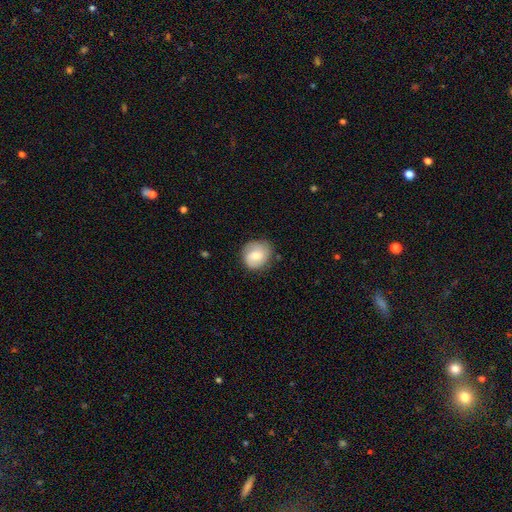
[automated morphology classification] Q: Smooth or featured?
A: smooth (60%); runner-up: featured or disk (33%)
Q: How rounded?
A: round (77%); runner-up: in between (22%)
Q: Merging?
A: none (76%); runner-up: minor disturbance (18%)